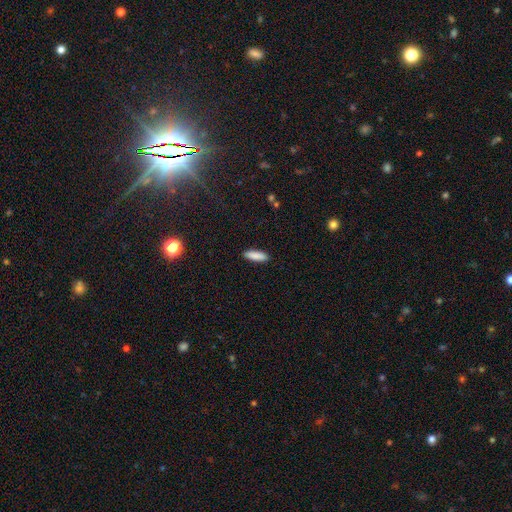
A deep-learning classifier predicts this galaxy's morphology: A smooth galaxy with no disk features (88%) that is cigar-shaped (52%).

Vote fractions:
- Smooth or featured? smooth: 88% / star or artifact: 6% / featured or disk: 5%
- How rounded? cigar-shaped: 52% / in between: 46% / round: 2%
- Merging? none: 90% / minor disturbance: 7% / major disturbance: 2% / merger: 1%